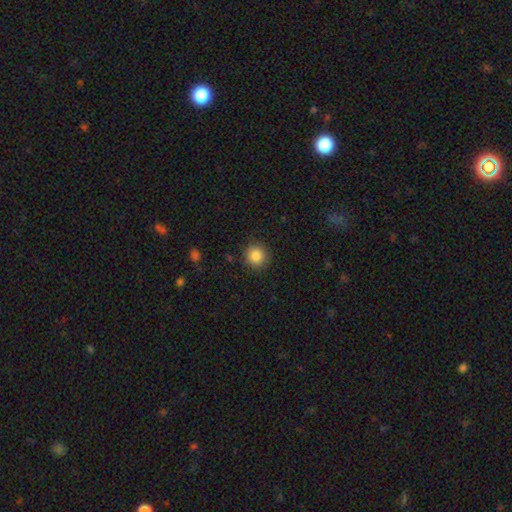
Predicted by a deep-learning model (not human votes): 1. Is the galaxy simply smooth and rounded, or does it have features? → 86% smooth, 10% star or artifact, 4% featured or disk.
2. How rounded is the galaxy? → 92% round, 7% in between, 1% cigar-shaped.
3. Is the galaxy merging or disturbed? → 89% none, 7% minor disturbance, 2% major disturbance, 1% merger.